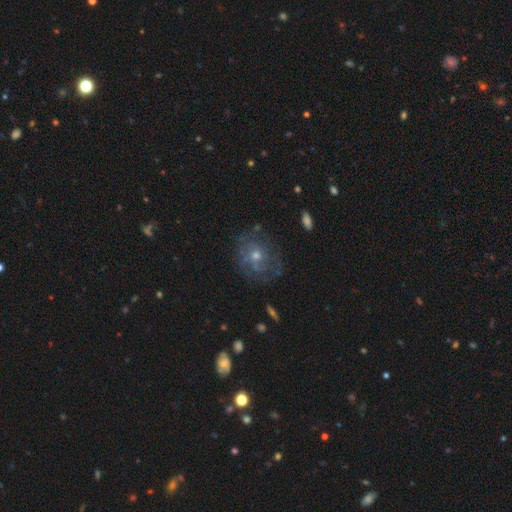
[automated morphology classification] Overall: featured or disk (58%; smooth 26%). Edge-on disk: no (96%). Bar: no (81%). Spiral arms: yes (63%; no 37%). Bulge size: moderate (49%; small 46%). Merging: none (71%).